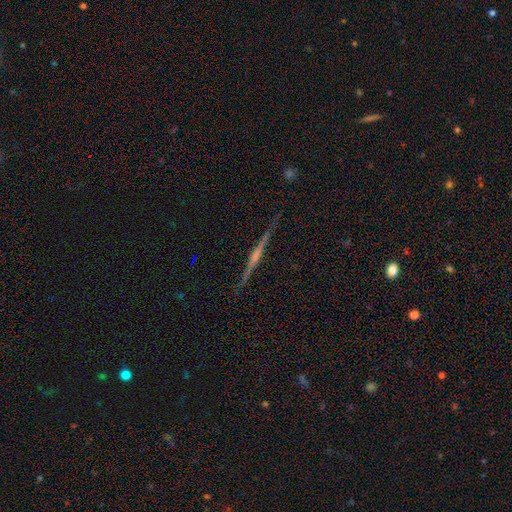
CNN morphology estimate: A featured or disk galaxy (78%) viewed edge-on (98%) with a rounded central bulge (58%). Merging: none (89%).